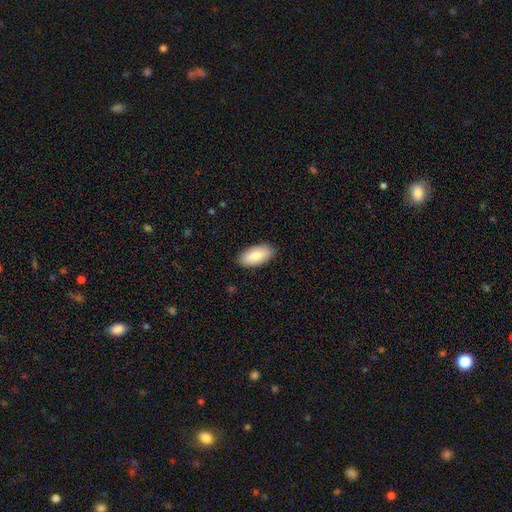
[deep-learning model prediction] The model was most divided on "smooth or featured": smooth: 82%, featured or disk: 12%, star or artifact: 6%. More confident: how rounded — in between (93%); merging — none (88%).